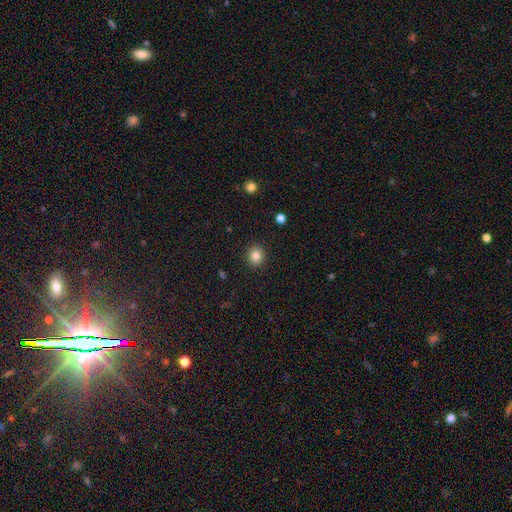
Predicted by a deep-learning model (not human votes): Smooth or featured: smooth — 83% (star or artifact — 11%)
How rounded: round — 86% (in between — 13%)
Merging: none — 91% (minor disturbance — 6%)